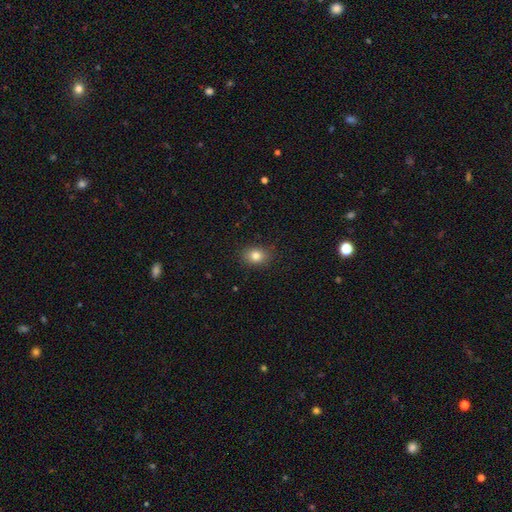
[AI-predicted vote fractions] Morphology: type=smooth (82%); roundness=in between (53%); merging=none (87%).